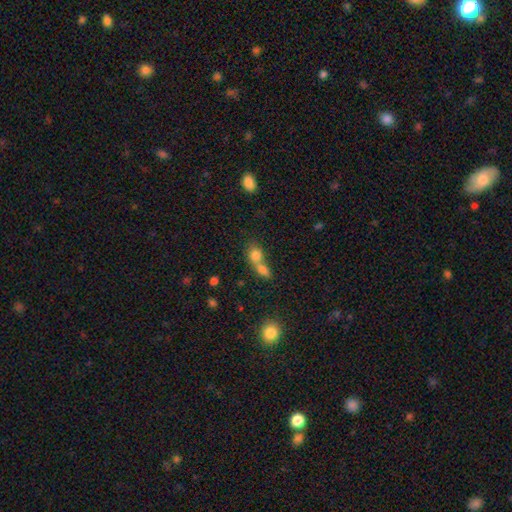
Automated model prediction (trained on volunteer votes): Q: Smooth or featured?
A: smooth (77%); runner-up: featured or disk (12%)
Q: How rounded?
A: round (53%); runner-up: in between (43%)
Q: Merging?
A: merger (68%); runner-up: none (22%)